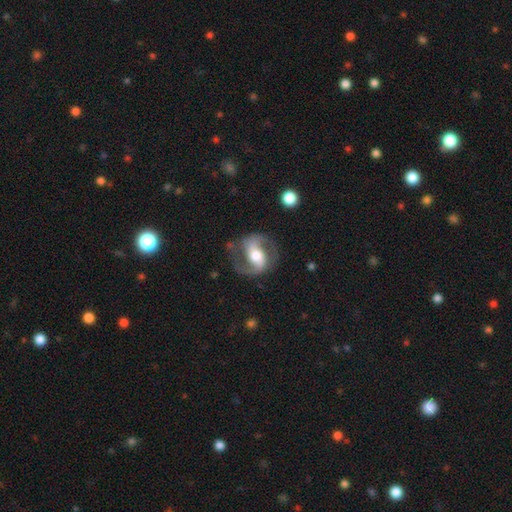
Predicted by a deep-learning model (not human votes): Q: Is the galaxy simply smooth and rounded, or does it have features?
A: featured or disk — 86%.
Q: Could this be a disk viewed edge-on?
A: no — 97%.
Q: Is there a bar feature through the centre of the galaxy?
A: strong — 42%.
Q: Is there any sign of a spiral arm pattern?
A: yes — 95%.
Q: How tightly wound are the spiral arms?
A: medium — 56%.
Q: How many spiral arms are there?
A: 2 — 92%.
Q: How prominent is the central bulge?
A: moderate — 65%.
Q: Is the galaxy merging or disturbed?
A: none — 76%.